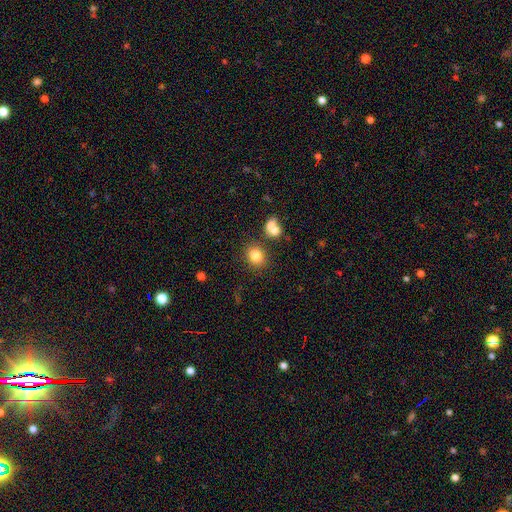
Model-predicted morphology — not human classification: Smooth or featured? smooth (81%)
How rounded? round (70%)
Merging? none (76%)